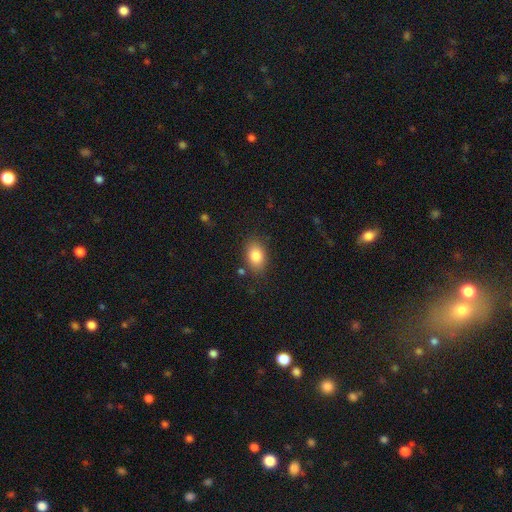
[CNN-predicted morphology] A smooth galaxy with no disk features (84%) that is in between round and cigar-shaped (83%).

Vote fractions:
- Smooth or featured? smooth: 84% / star or artifact: 8% / featured or disk: 8%
- How rounded? in between: 83% / round: 16% / cigar-shaped: 1%
- Merging? none: 81% / minor disturbance: 12% / major disturbance: 4% / merger: 3%